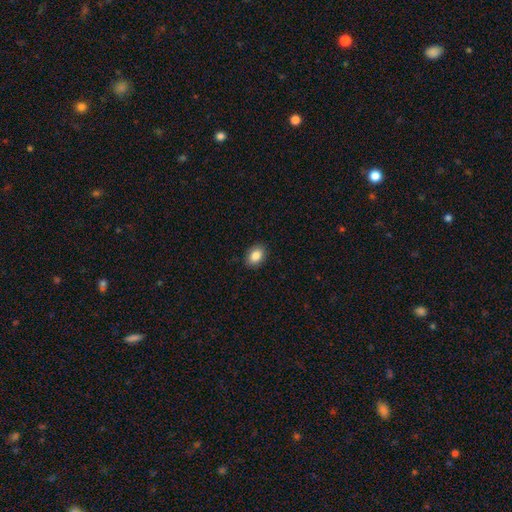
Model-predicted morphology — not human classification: Overall: smooth (86%). How rounded: in between (71%). Merging: none (89%).